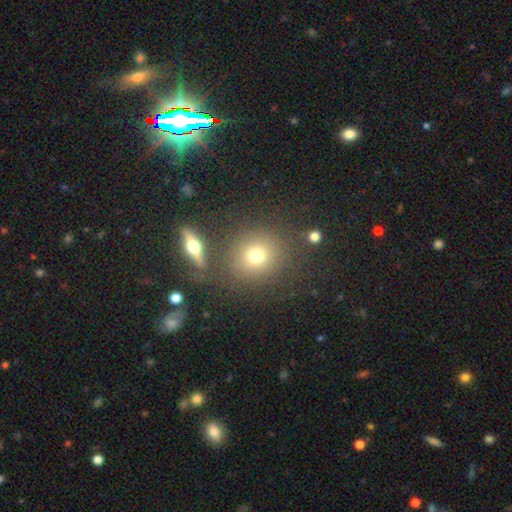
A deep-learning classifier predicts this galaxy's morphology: smooth_or_featured: smooth (p=0.68) [alt: star or artifact p=0.16]
how_rounded: round (p=0.82) [alt: in between p=0.16]
merging: none (p=0.80) [alt: minor disturbance p=0.09]